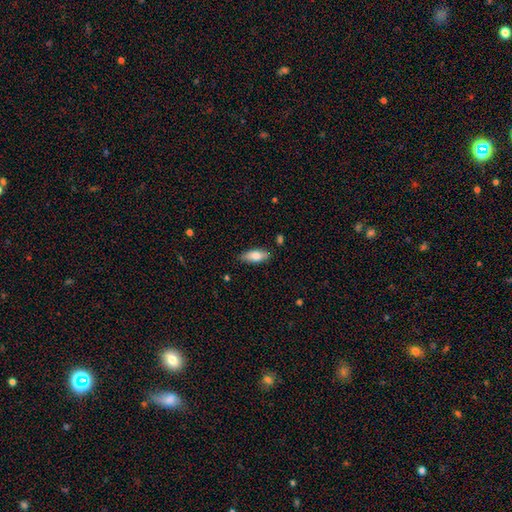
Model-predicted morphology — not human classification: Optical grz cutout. It shows a smooth galaxy with no disk features (74%) that is in between round and cigar-shaped (75%). Merging: none (85%).